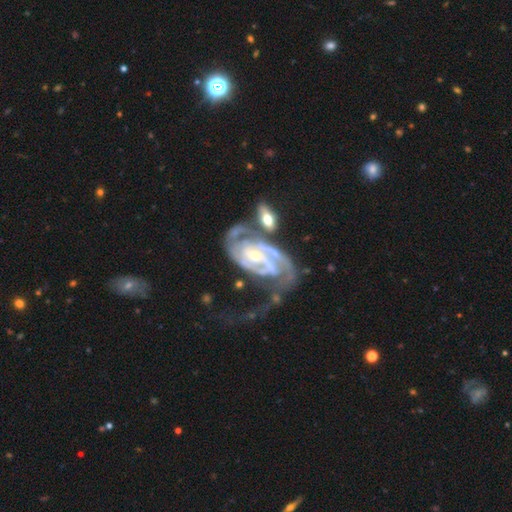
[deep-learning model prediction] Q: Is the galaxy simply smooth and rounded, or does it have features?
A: featured or disk — 91%.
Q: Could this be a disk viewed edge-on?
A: no — 97%.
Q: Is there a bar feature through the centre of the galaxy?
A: weak — 41%.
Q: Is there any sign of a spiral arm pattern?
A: yes — 97%.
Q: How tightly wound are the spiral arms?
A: tight — 51%.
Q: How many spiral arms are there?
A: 2 — 59%.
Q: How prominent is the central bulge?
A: small — 60%.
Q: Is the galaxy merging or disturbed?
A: major disturbance — 37%.